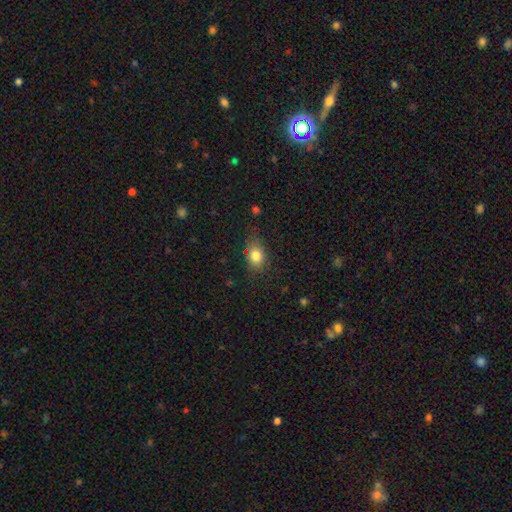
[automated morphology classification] A smooth galaxy with no disk features (80%) that is in between round and cigar-shaped (68%). Merging: none (75%).